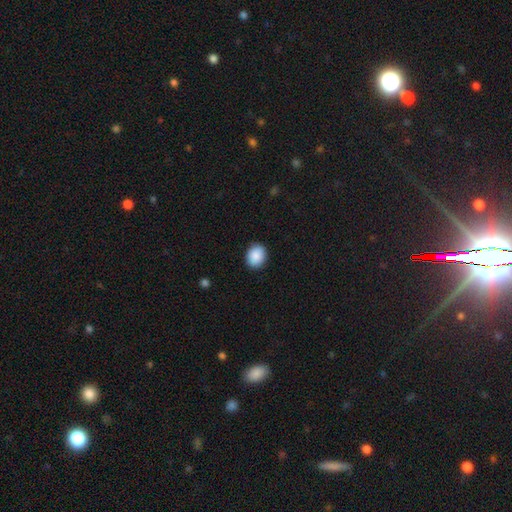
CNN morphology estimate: smooth_or_featured: smooth (p=0.90) [alt: star or artifact p=0.07]
how_rounded: round (p=0.56) [alt: in between p=0.43]
merging: none (p=0.90) [alt: minor disturbance p=0.07]